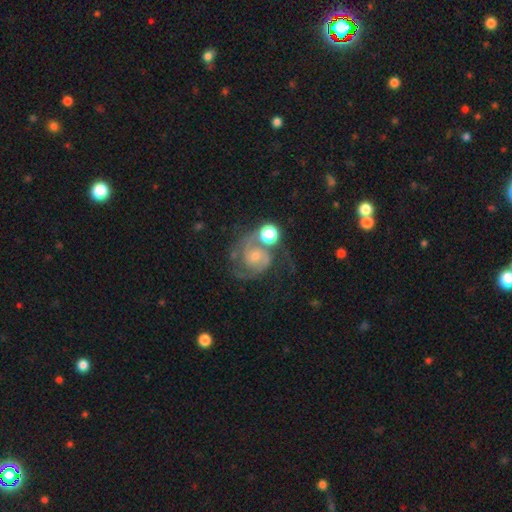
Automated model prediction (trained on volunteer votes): A featured or disk galaxy (84%) with no bar (67%), 2 (86%) medium (52%) spiral arms (97%) and a small central bulge (51%). Merging: none (47%).